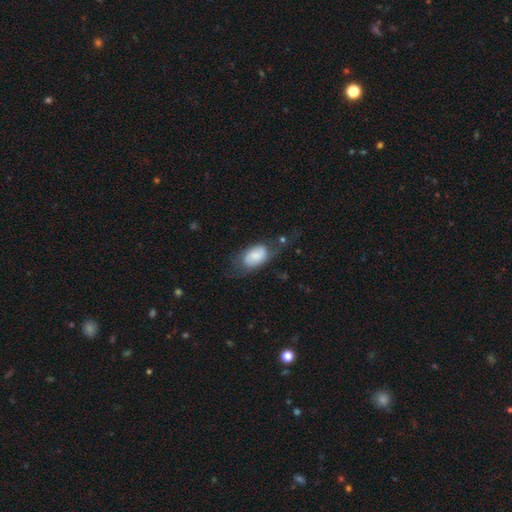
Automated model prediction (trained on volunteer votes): Overall: smooth (59%; featured or disk 34%). How rounded: in between (91%). Merging: none (38%; major disturbance 30%).